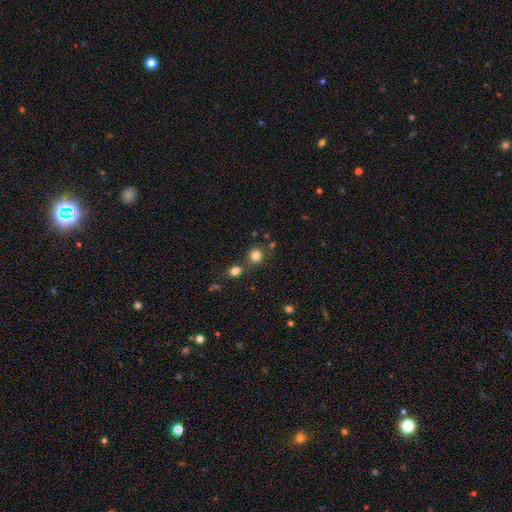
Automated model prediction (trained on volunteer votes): A smooth galaxy with no disk features (80%) that is round (90%). Merging: none (70%).